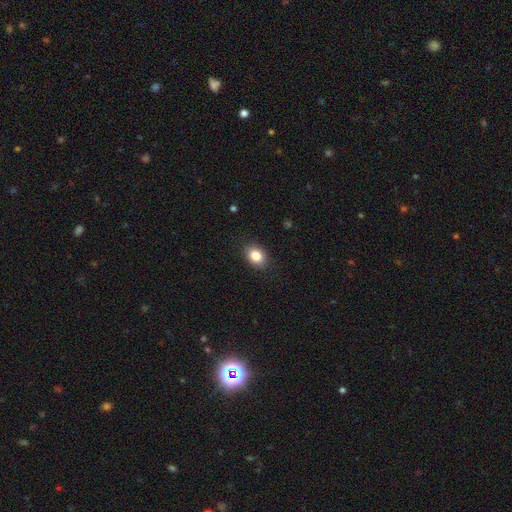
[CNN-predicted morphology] smooth-or-featured: smooth: 85% | star or artifact: 9% | featured or disk: 6%
  how-rounded: in between: 67% | round: 32% | cigar-shaped: 1%
  merging: none: 88% | minor disturbance: 8% | major disturbance: 2% | merger: 1%